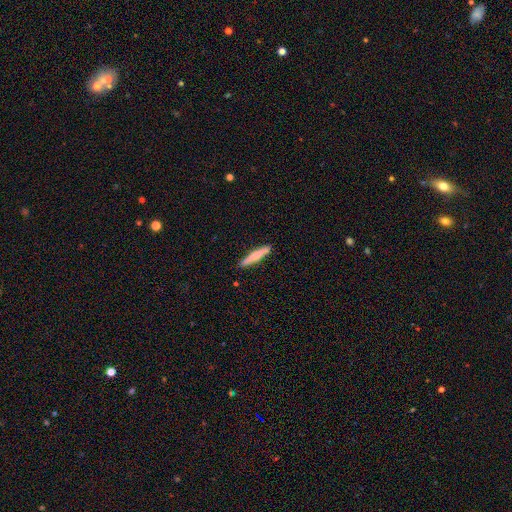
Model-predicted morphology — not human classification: smooth_or_featured: smooth (p=0.66) [alt: featured or disk p=0.28]
how_rounded: cigar-shaped (p=0.92) [alt: in between p=0.06]
merging: none (p=0.89) [alt: minor disturbance p=0.08]